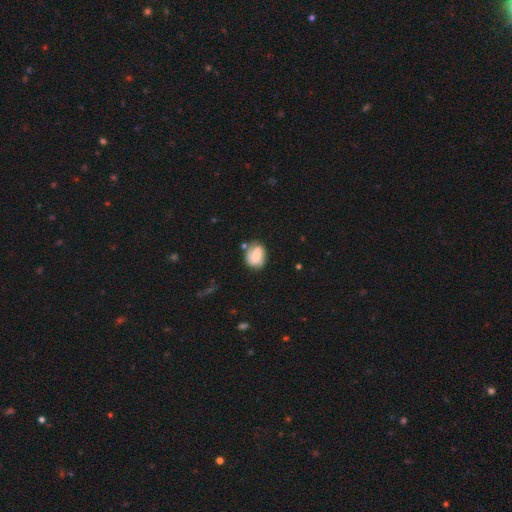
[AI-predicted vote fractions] A featured or disk galaxy (47%). Merging: none (59%).